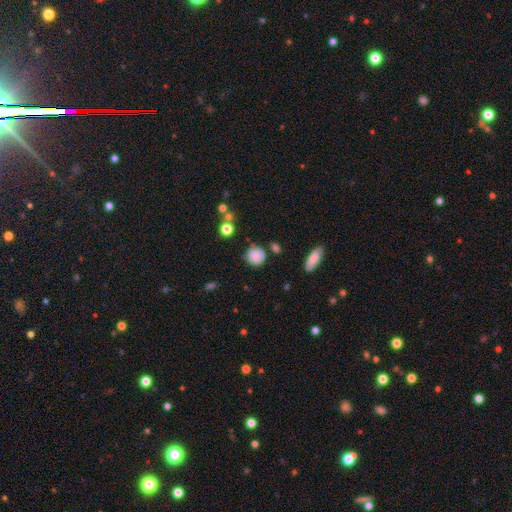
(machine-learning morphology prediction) A smooth galaxy with no disk features (80%) that is round (87%).

Vote fractions:
- Smooth or featured? smooth: 80% / featured or disk: 10% / star or artifact: 10%
- How rounded? round: 87% / in between: 12% / cigar-shaped: 1%
- Merging? none: 72% / minor disturbance: 18% / merger: 5% / major disturbance: 5%